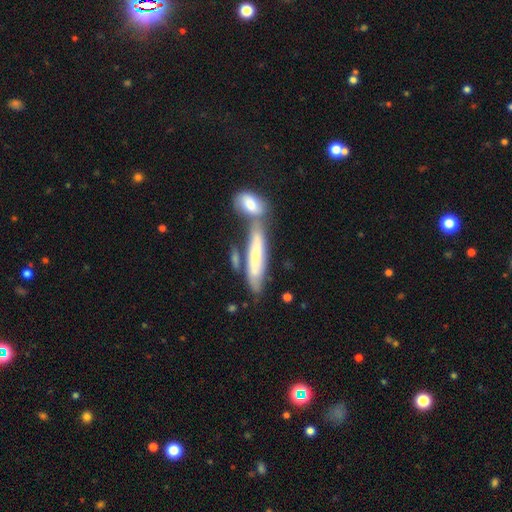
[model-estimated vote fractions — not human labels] Smooth or featured? Predicted: smooth (p=0.57). How rounded? Predicted: cigar-shaped (p=0.77). Merging? Predicted: none (p=0.41).